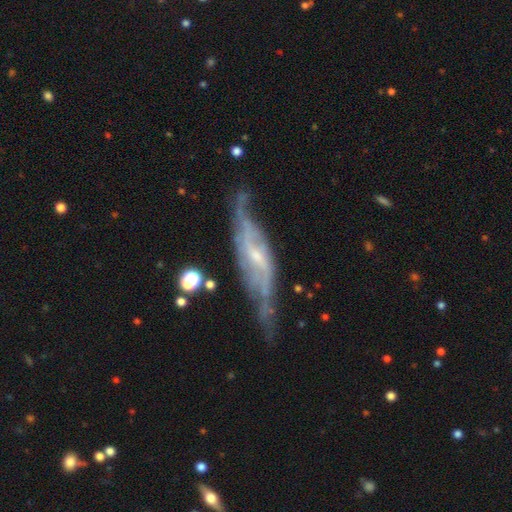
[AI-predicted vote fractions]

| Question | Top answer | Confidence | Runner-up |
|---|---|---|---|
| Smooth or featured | featured or disk | 82% | smooth (11%) |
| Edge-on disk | no | 66% | yes (34%) |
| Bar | weak | 49% | no (30%) |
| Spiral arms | yes | 88% | no (12%) |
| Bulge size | small | 61% | moderate (26%) |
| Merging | none | 58% | minor disturbance (25%) |